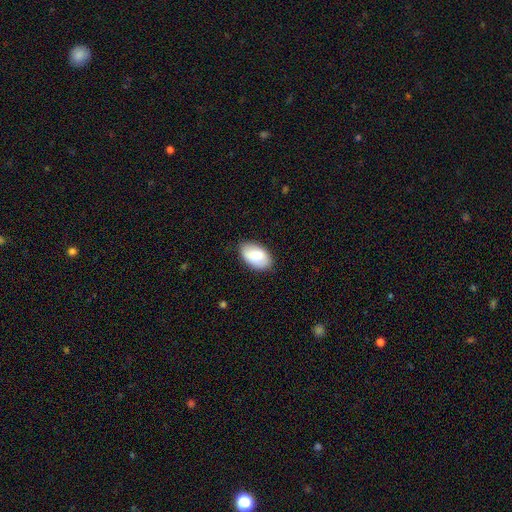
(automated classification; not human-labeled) smooth 84%, featured or disk 10%, star or artifact 6%. Down the decision tree: how rounded — in between (94%); merging — none (83%).